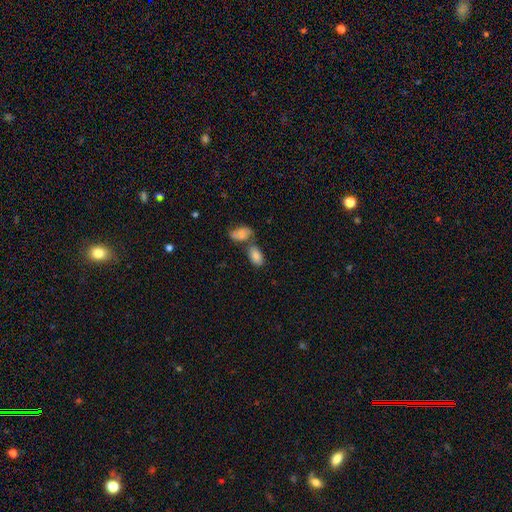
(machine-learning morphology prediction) Smooth or featured? Predicted: smooth (p=0.82). How rounded? Predicted: in between (p=0.92). Merging? Predicted: none (p=0.49).